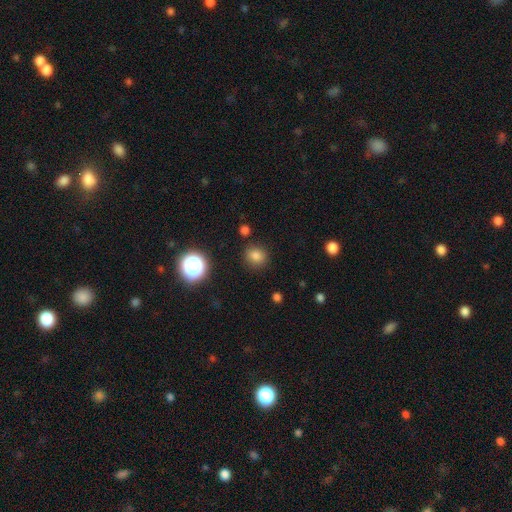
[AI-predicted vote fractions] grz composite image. It shows a smooth galaxy with no disk features (80%) that is round (80%). Merging: none (87%).